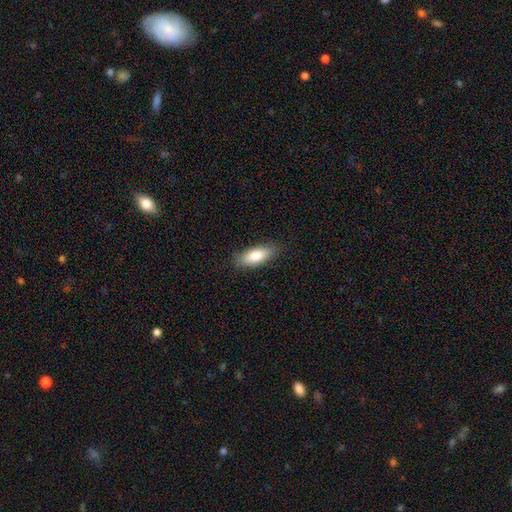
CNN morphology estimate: type=smooth (81%); roundness=in between (77%); merging=none (84%).